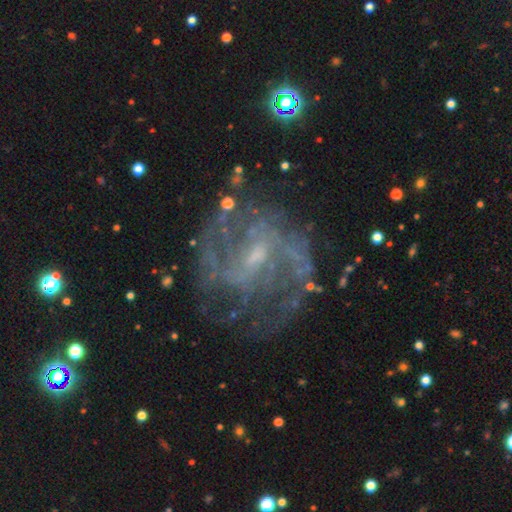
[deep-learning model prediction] smooth_or_featured: featured or disk (p=0.85) [alt: star or artifact p=0.09]
disk_edge_on: no (p=0.98) [alt: yes p=0.02]
bar: weak (p=0.57) [alt: no p=0.24]
has_spiral_arms: yes (p=0.91) [alt: no p=0.09]
spiral_winding: medium (p=0.49) [alt: tight p=0.32]
spiral_arm_count: 2 (p=0.45) [alt: can't tell p=0.26]
bulge_size: small (p=0.56) [alt: moderate p=0.26]
merging: none (p=0.70) [alt: minor disturbance p=0.16]